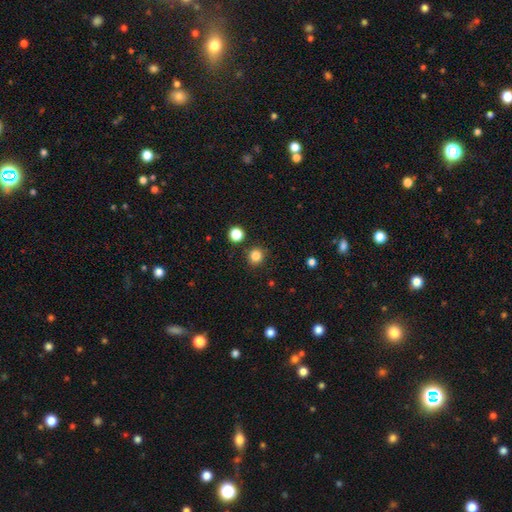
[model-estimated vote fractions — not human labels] Q: Smooth or featured?
A: smooth (83%); runner-up: star or artifact (13%)
Q: How rounded?
A: round (90%); runner-up: in between (10%)
Q: Merging?
A: none (87%); runner-up: minor disturbance (7%)